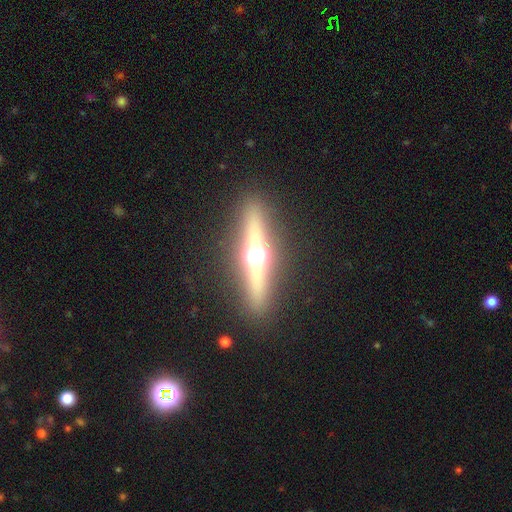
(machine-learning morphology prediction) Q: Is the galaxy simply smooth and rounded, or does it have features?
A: featured or disk — 66%.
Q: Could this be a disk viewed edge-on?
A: yes — 93%.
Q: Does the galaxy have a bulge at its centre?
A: rounded — 96%.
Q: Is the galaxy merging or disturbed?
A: none — 88%.